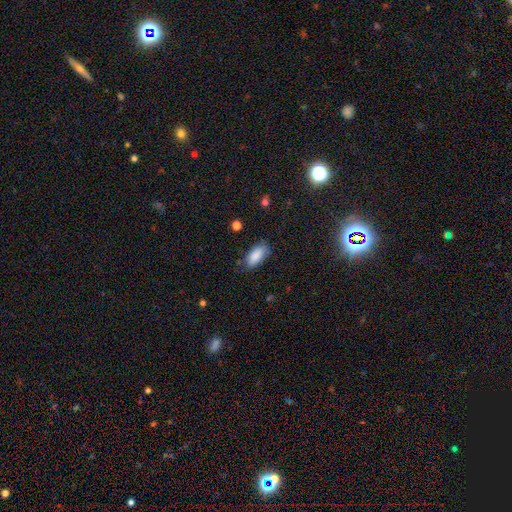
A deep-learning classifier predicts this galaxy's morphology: This appears to be a smooth galaxy with no disk features (88%) that is in between round and cigar-shaped (88%). Merging: none (78%).